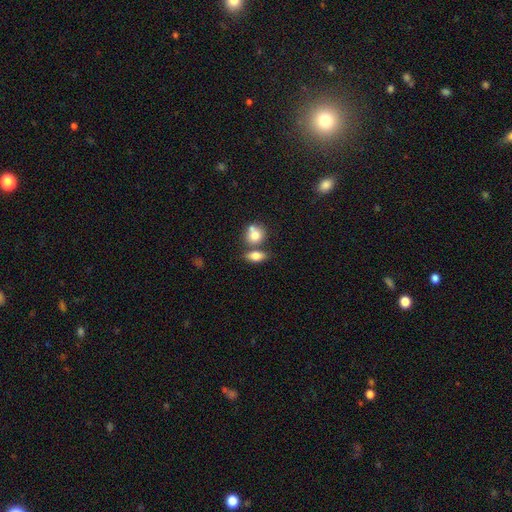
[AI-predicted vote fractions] smooth_or_featured: smooth (p=0.77) [alt: featured or disk p=0.15]
how_rounded: in between (p=0.75) [alt: round p=0.17]
merging: none (p=0.53) [alt: merger p=0.30]